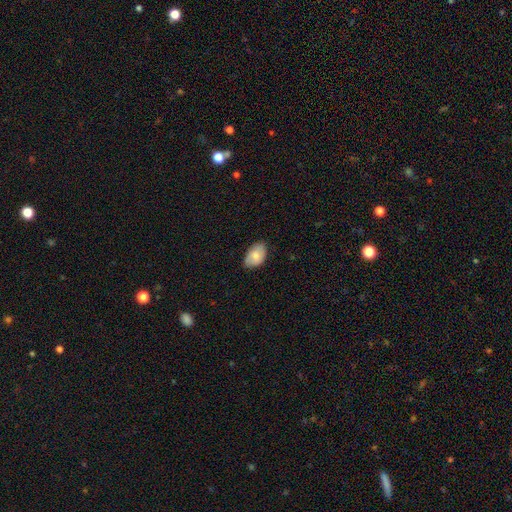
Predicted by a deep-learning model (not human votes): This appears to be a smooth galaxy with no disk features (78%) that is in between round and cigar-shaped (91%). Merging: none (78%).